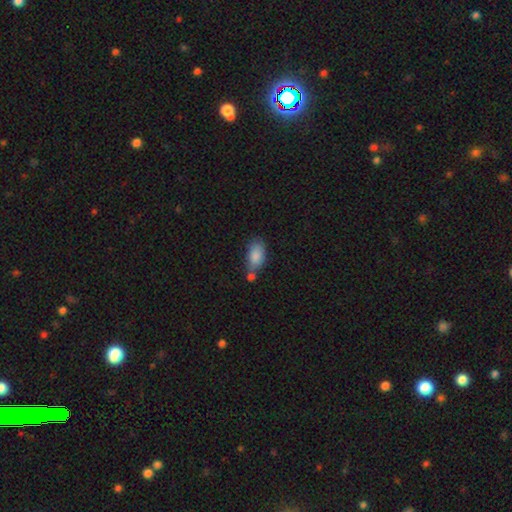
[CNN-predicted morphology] A smooth galaxy with no disk features (86%) that is in between round and cigar-shaped (91%). Merging: none (48%).